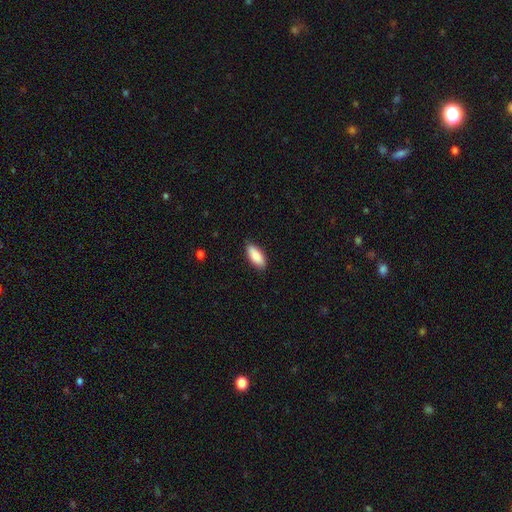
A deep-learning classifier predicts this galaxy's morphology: smooth-or-featured: smooth: 88% | featured or disk: 6% | star or artifact: 6%
  how-rounded: in between: 81% | cigar-shaped: 17% | round: 2%
  merging: none: 85% | minor disturbance: 12% | major disturbance: 2% | merger: 1%